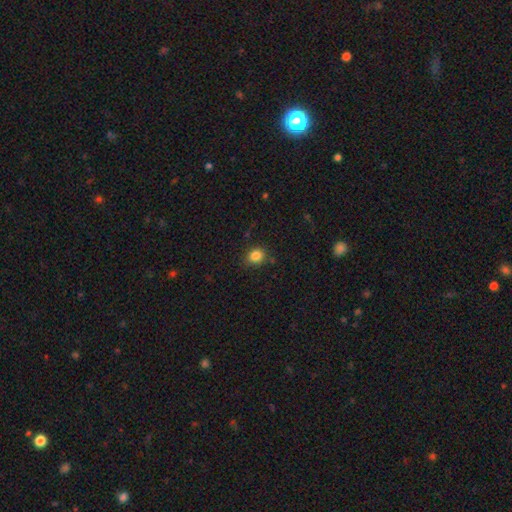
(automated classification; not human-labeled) The model was most divided on "how rounded": round: 63%, in between: 36%, cigar-shaped: 1%. More confident: smooth or featured — smooth (84%); merging — none (82%).